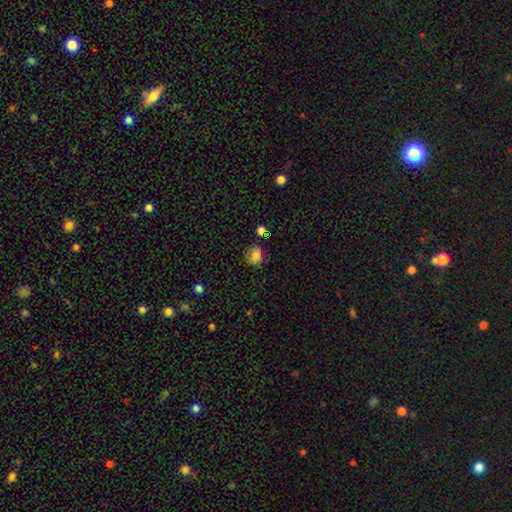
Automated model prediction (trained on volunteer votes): This is likely a smooth galaxy (76%). How rounded: likely round (69%). Merging: likely none (71%).